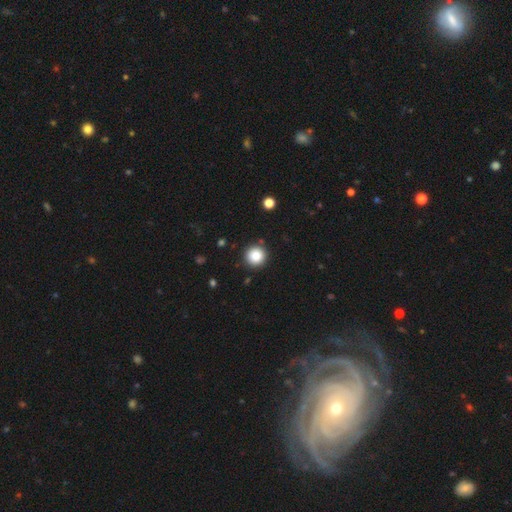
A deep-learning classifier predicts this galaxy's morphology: type=smooth (84%); roundness=round (95%); merging=none (89%).